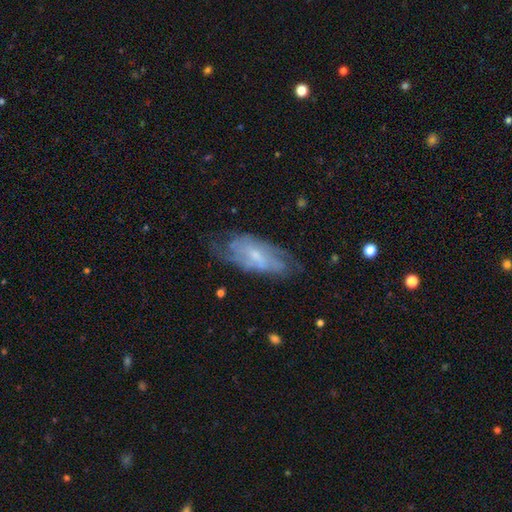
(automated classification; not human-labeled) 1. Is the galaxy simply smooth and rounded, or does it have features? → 72% featured or disk, 20% smooth, 7% star or artifact.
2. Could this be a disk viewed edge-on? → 89% no, 11% yes.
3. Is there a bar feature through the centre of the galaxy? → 46% weak, 40% no, 14% strong.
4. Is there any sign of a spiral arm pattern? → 86% yes, 14% no.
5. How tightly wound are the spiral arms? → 42% tight, 40% medium, 17% loose.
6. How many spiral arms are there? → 41% can't tell, 38% 2, 9% 3, 4% 4, 4% 1, 3% more than 4.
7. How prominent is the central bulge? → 60% small, 30% moderate, 8% none, 2% large, 1% dominant.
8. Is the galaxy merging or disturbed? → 66% none, 23% minor disturbance, 10% major disturbance, 2% merger.